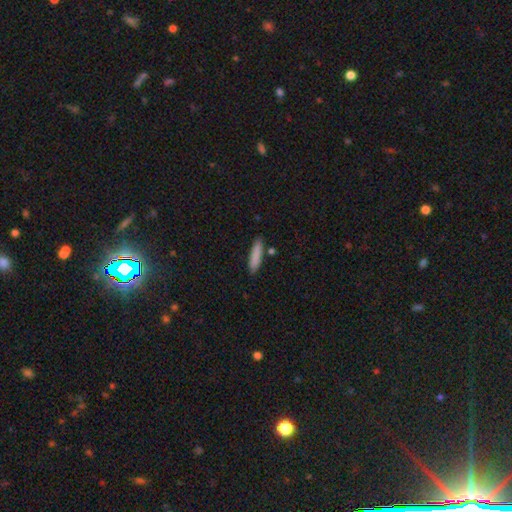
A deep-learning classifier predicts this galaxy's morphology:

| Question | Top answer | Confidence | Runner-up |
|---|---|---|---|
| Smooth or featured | smooth | 85% | featured or disk (9%) |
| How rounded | cigar-shaped | 79% | in between (19%) |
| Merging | none | 83% | minor disturbance (10%) |